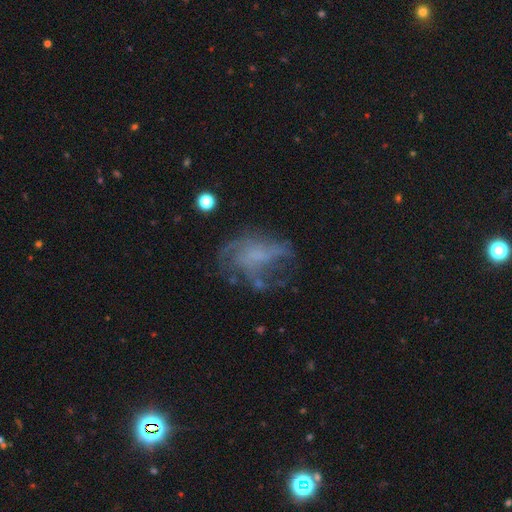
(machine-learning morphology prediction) smooth_or_featured: featured or disk (p=0.60) [alt: smooth p=0.25]
disk_edge_on: no (p=0.96) [alt: yes p=0.04]
bar: no (p=0.74) [alt: weak p=0.21]
has_spiral_arms: yes (p=0.50) [tied with: no p=0.50]
bulge_size: none (p=0.64) [alt: small p=0.18]
merging: none (p=0.40) [alt: major disturbance p=0.35]